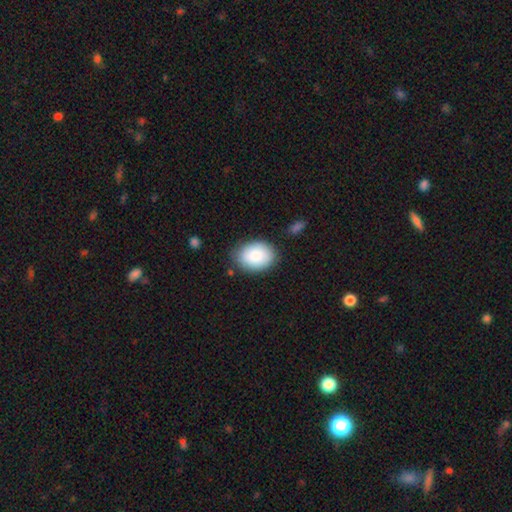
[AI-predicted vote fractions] smooth 87%, featured or disk 7%, star or artifact 6%. Down the decision tree: how rounded — in between (77%); merging — none (80%).